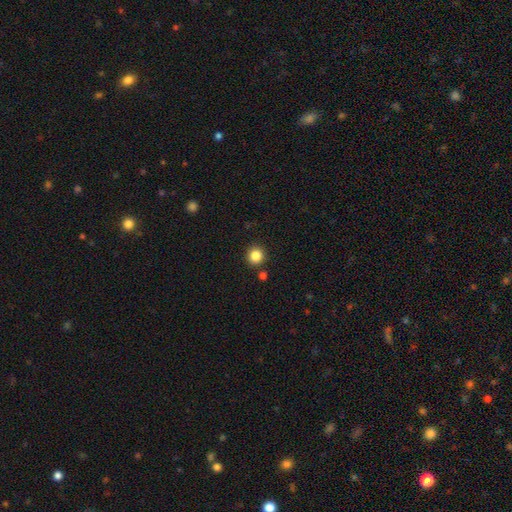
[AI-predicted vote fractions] smooth_or_featured: smooth (p=0.84) [alt: star or artifact p=0.11]
how_rounded: round (p=0.93) [alt: in between p=0.06]
merging: none (p=0.89) [alt: minor disturbance p=0.06]